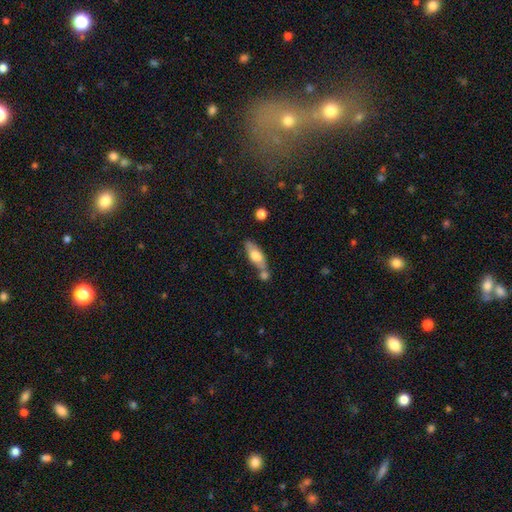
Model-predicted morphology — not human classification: Q: Smooth or featured?
A: smooth (64%); runner-up: featured or disk (30%)
Q: How rounded?
A: in between (63%); runner-up: cigar-shaped (34%)
Q: Merging?
A: none (52%); runner-up: merger (28%)